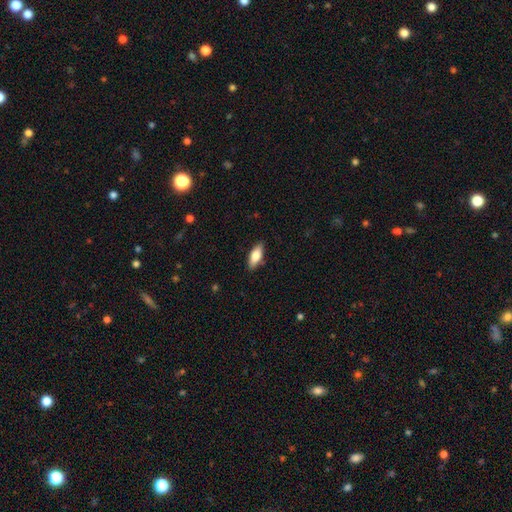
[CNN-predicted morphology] A smooth galaxy with no disk features (75%) that is in between round and cigar-shaped (78%).

Vote fractions:
- Smooth or featured? smooth: 75% / featured or disk: 19% / star or artifact: 6%
- How rounded? in between: 78% / cigar-shaped: 20% / round: 2%
- Merging? none: 86% / minor disturbance: 11% / major disturbance: 2% / merger: 1%